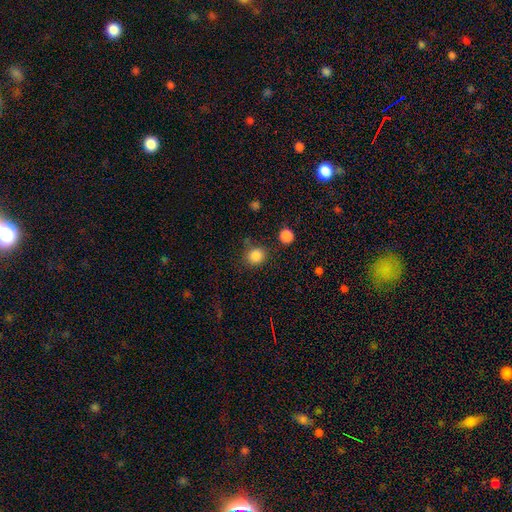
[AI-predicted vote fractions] Smooth or featured?
  - smooth: 85% *
  - star or artifact: 11%
  - featured or disk: 4%
How rounded?
  - round: 86% *
  - in between: 13%
  - cigar-shaped: 1%
Merging?
  - none: 79% *
  - minor disturbance: 11%
  - merger: 5%
  - major disturbance: 4%